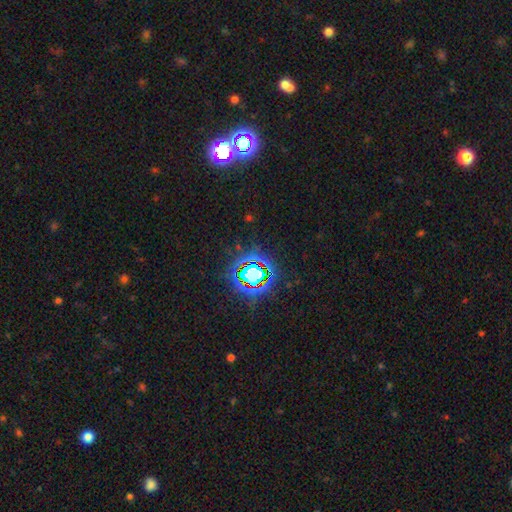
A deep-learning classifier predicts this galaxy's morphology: A star or artifact, not a galaxy (80%).

Vote fractions:
- Smooth or featured? star or artifact: 80% / smooth: 12% / featured or disk: 8%